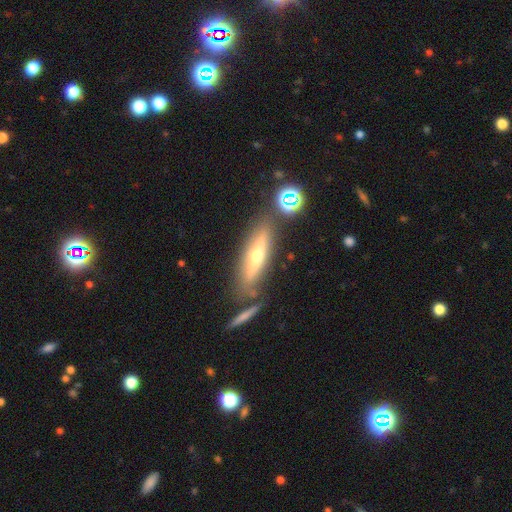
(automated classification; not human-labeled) This appears to be a featured or disk galaxy (55%) viewed edge-on (71%). Merging: none (69%).